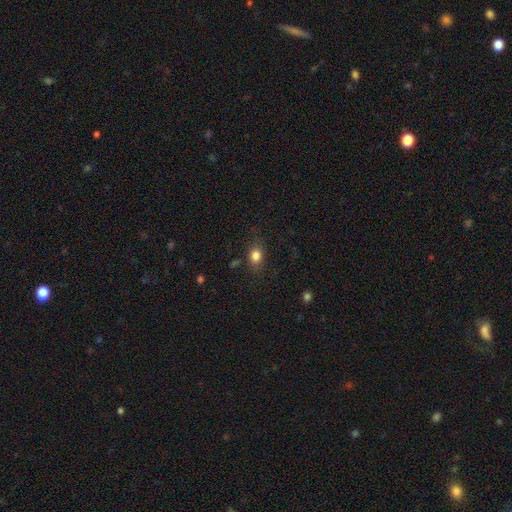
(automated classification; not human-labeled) Overall: smooth (82%). How rounded: in between (59%; round 40%). Merging: none (79%).